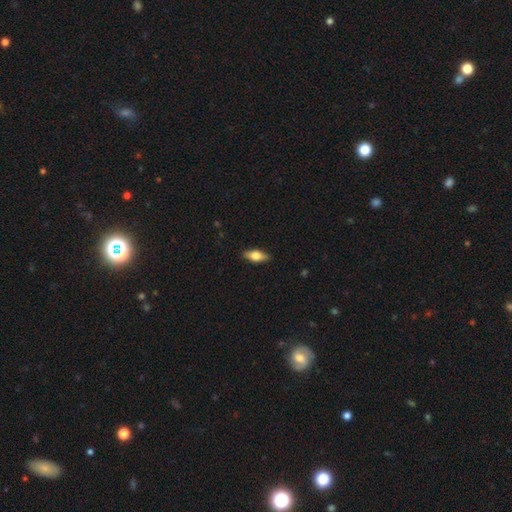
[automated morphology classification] smooth_or_featured: smooth (p=0.63) [alt: featured or disk p=0.30]
how_rounded: in between (p=0.75) [alt: cigar-shaped p=0.21]
merging: none (p=0.87) [alt: minor disturbance p=0.10]